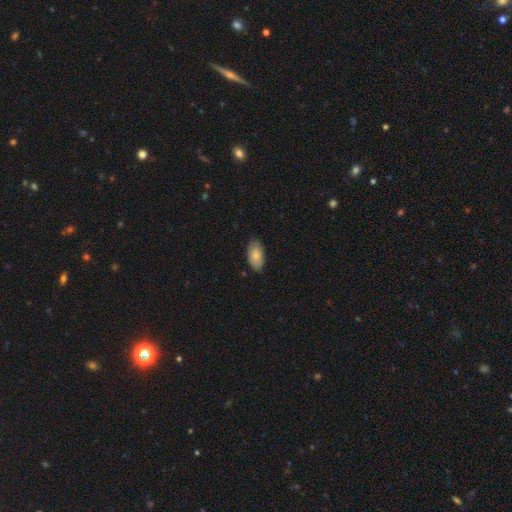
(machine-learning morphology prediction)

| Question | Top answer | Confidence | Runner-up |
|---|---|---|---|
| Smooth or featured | smooth | 77% | featured or disk (17%) |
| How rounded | in between | 95% | round (3%) |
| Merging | none | 82% | minor disturbance (14%) |